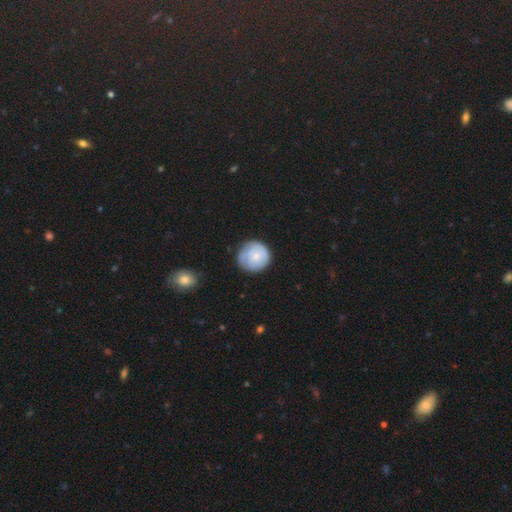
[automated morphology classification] Overall: smooth (63%; featured or disk 31%). How rounded: round (92%). Merging: none (73%).